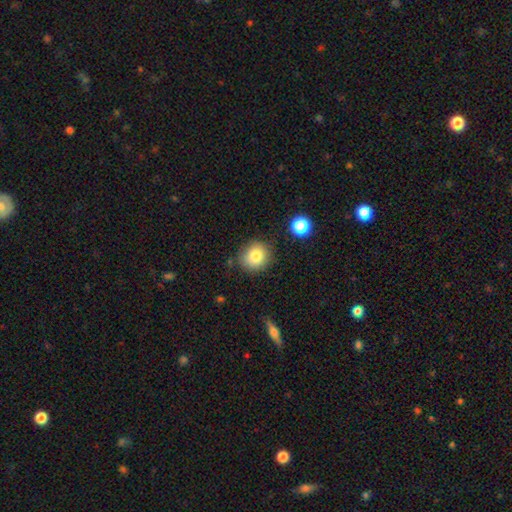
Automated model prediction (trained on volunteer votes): smooth-or-featured: smooth: 81% | star or artifact: 10% | featured or disk: 8%
  how-rounded: round: 84% | in between: 15% | cigar-shaped: 1%
  merging: none: 81% | minor disturbance: 13% | merger: 3% | major disturbance: 3%